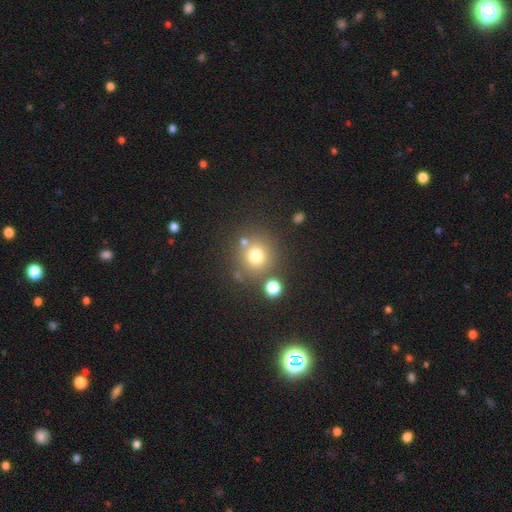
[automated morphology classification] Overall: smooth (73%). How rounded: round (91%). Merging: none (74%).